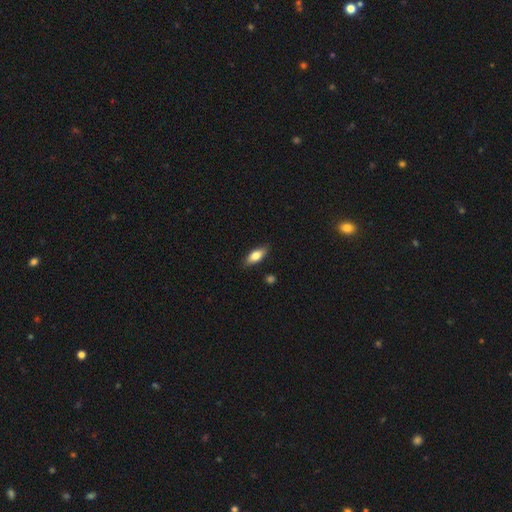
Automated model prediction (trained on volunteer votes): smooth 74%, featured or disk 19%, star or artifact 7%. Down the decision tree: how rounded — in between (78%); merging — none (84%).